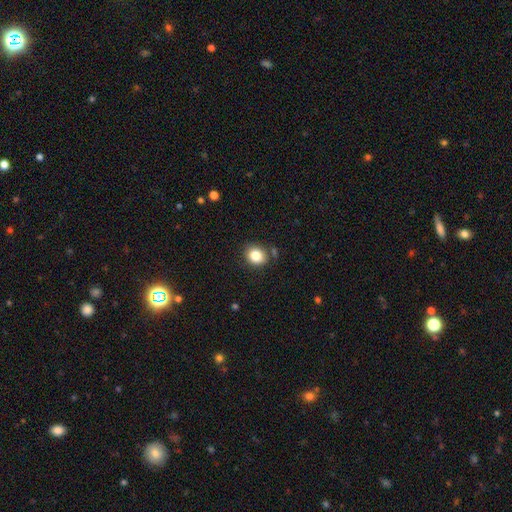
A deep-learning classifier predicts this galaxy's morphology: smooth_or_featured: smooth (p=0.84) [alt: star or artifact p=0.10]
how_rounded: round (p=0.63) [alt: in between p=0.37]
merging: none (p=0.81) [alt: minor disturbance p=0.12]